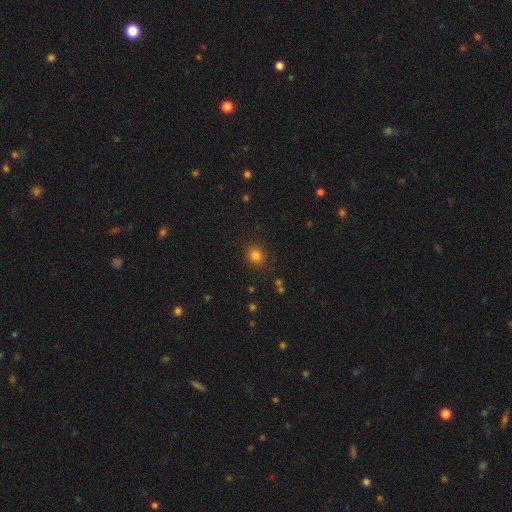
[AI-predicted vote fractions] Overall: smooth (81%). How rounded: round (87%). Merging: none (86%).